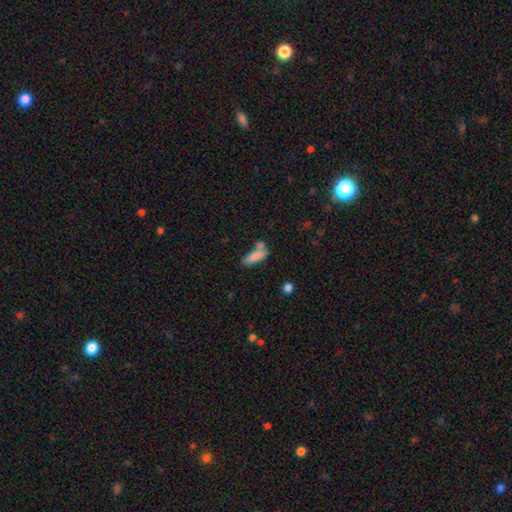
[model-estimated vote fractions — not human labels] Overall: smooth (79%). How rounded: cigar-shaped (50%; in between 47%). Merging: none (46%; merger 31%).